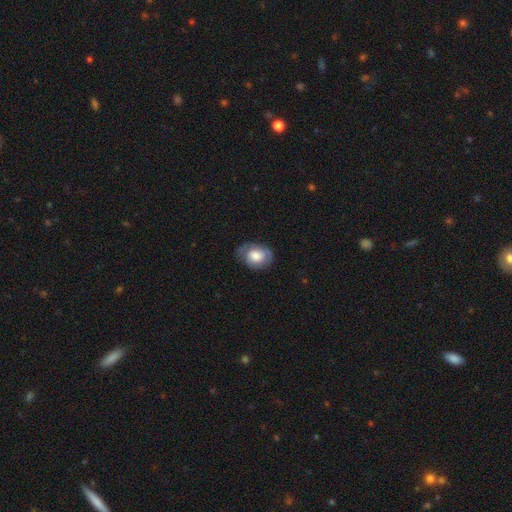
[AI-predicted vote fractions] Smooth or featured? Predicted: smooth (p=0.55). How rounded? Predicted: in between (p=0.64). Merging? Predicted: none (p=0.56).